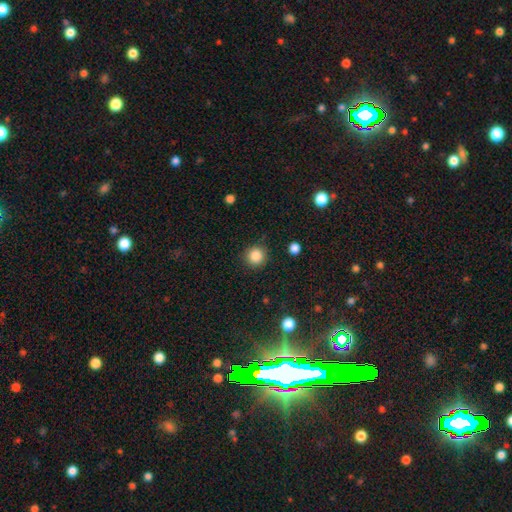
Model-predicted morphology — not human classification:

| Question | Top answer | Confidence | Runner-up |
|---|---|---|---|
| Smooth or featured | smooth | 86% | star or artifact (11%) |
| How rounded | round | 93% | in between (6%) |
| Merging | none | 88% | minor disturbance (8%) |